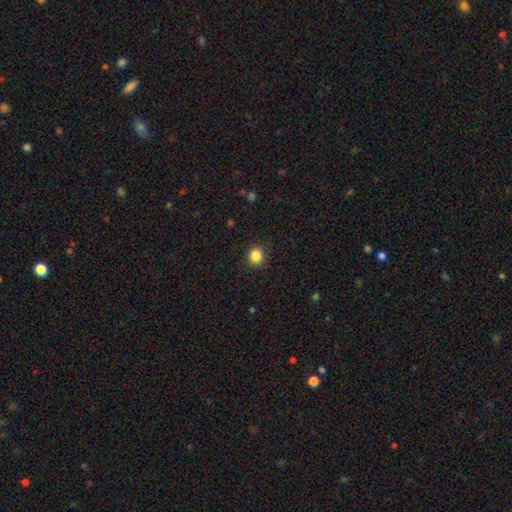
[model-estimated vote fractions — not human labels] smooth_or_featured: smooth (p=0.85) [alt: star or artifact p=0.11]
how_rounded: round (p=0.82) [alt: in between p=0.17]
merging: none (p=0.88) [alt: minor disturbance p=0.08]